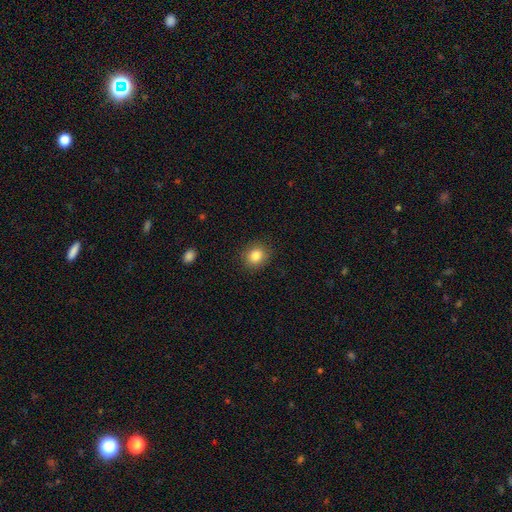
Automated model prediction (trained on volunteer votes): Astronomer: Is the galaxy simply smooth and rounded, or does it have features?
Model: smooth — 84%.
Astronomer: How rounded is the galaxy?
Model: round — 71%.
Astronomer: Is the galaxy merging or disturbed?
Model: none — 88%.